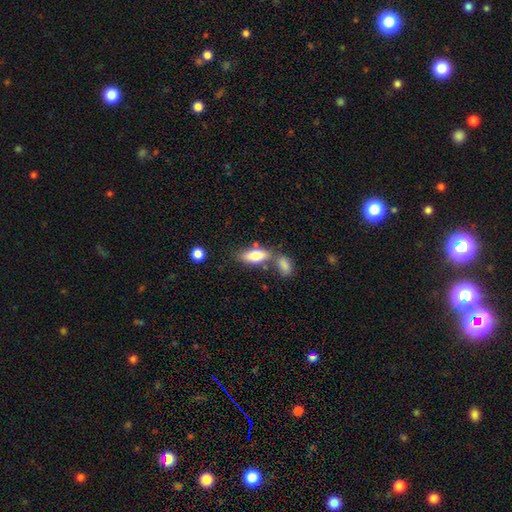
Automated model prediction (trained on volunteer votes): smooth-or-featured: smooth: 75% | featured or disk: 19% | star or artifact: 7%
  how-rounded: in between: 78% | cigar-shaped: 19% | round: 3%
  merging: none: 53% | merger: 29% | minor disturbance: 13% | major disturbance: 5%